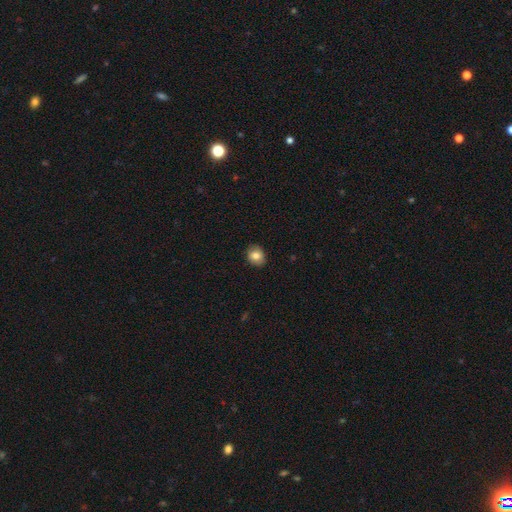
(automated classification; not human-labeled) Smooth or featured? smooth (82%)
How rounded? round (60%)
Merging? none (87%)